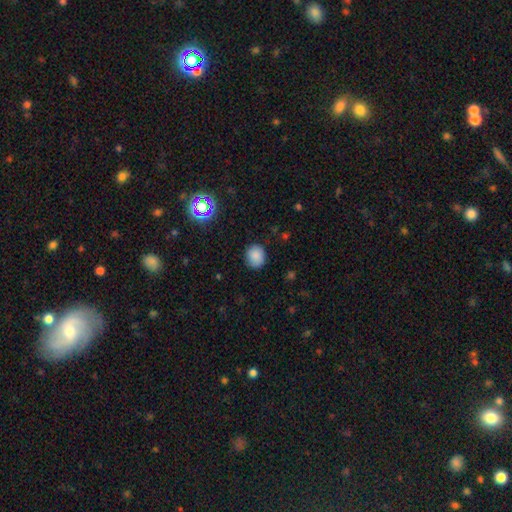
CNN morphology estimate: Smooth or featured?
  - smooth: 83% *
  - star or artifact: 13%
  - featured or disk: 5%
How rounded?
  - round: 72% *
  - in between: 27%
  - cigar-shaped: 1%
Merging?
  - none: 83% *
  - minor disturbance: 13%
  - major disturbance: 3%
  - merger: 1%